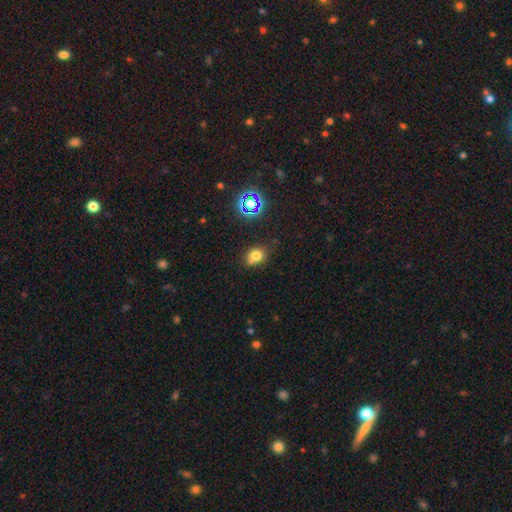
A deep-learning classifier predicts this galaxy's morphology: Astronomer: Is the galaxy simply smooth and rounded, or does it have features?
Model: smooth — 73%.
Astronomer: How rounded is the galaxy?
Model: round — 51% (runner-up: in between, 48%).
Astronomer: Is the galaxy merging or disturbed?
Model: none — 63%.